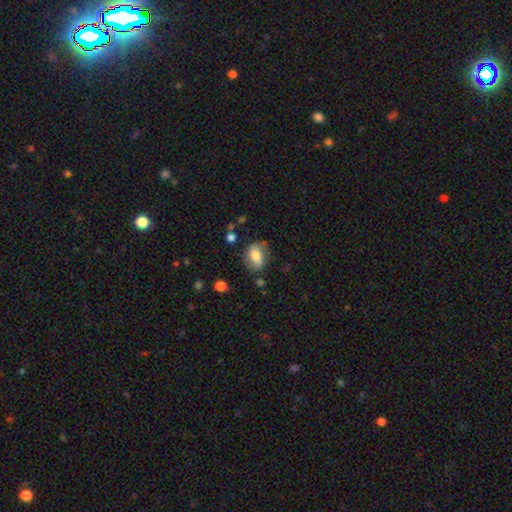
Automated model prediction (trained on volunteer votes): Smooth or featured? Predicted: smooth (p=0.66). How rounded? Predicted: in between (p=0.74). Merging? Predicted: none (p=0.62).